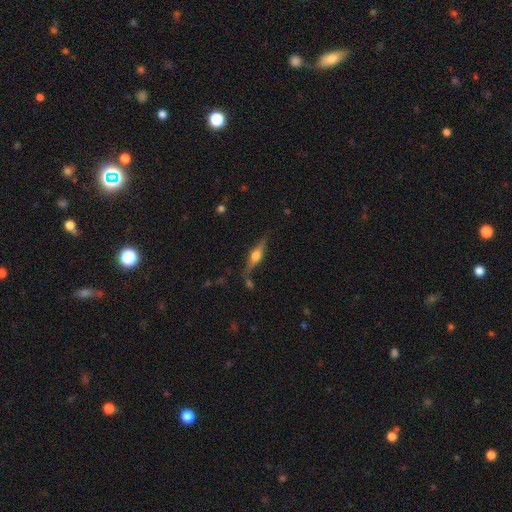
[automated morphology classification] Smooth or featured?
  - featured or disk: 71% *
  - smooth: 23%
  - star or artifact: 7%
Edge-on disk?
  - yes: 96% *
  - no: 4%
Edge-on bulge?
  - rounded: 93% *
  - boxy: 5%
  - none: 2%
Merging?
  - none: 78% *
  - minor disturbance: 13%
  - merger: 5%
  - major disturbance: 4%